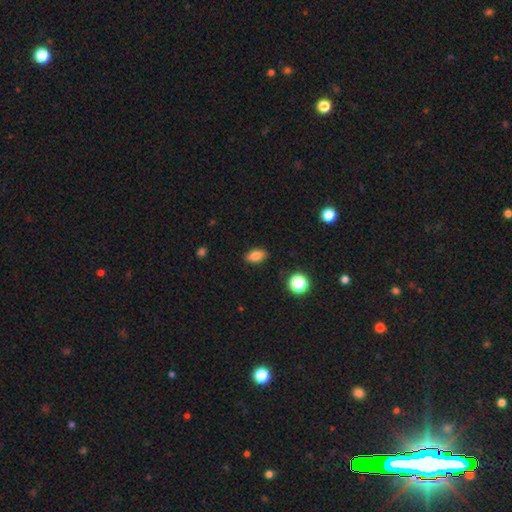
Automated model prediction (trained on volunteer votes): A smooth galaxy with no disk features (83%) that is in between round and cigar-shaped (86%). Merging: none (88%).